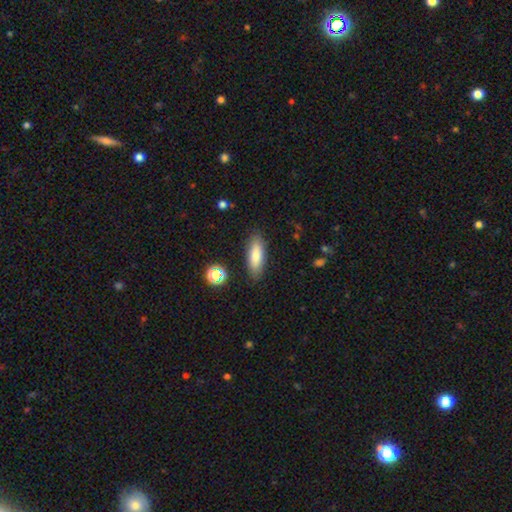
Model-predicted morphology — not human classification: smooth 80%, featured or disk 13%, star or artifact 7%. Down the decision tree: how rounded — in between (63%); merging — none (85%).